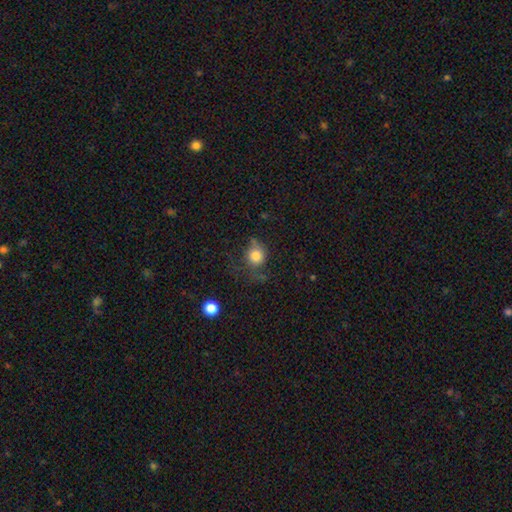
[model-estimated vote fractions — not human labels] smooth_or_featured: smooth (p=0.80) [alt: star or artifact p=0.11]
how_rounded: round (p=0.78) [alt: in between p=0.20]
merging: none (p=0.56) [alt: minor disturbance p=0.25]